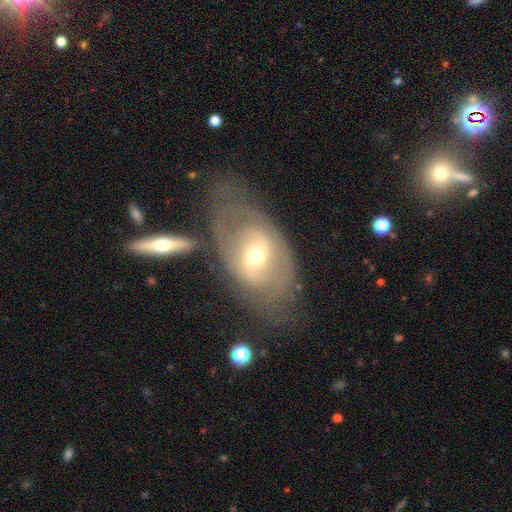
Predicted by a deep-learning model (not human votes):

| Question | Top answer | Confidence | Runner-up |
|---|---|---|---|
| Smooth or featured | featured or disk | 66% | smooth (27%) |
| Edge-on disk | no | 91% | yes (9%) |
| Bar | weak | 40% | no (38%) |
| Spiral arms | yes | 57% | no (43%) |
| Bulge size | moderate | 55% | small (39%) |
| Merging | none | 57% | minor disturbance (19%) |